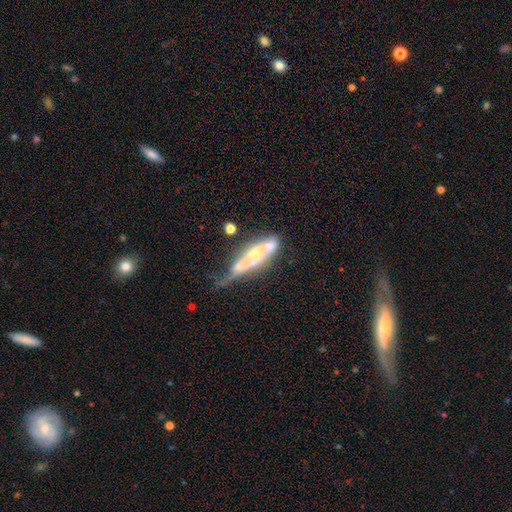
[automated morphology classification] A featured or disk galaxy (57%).

Vote fractions:
- Smooth or featured? featured or disk: 57% / smooth: 34% / star or artifact: 9%
- Edge-on disk? no: 64% / yes: 36%
- Merging? merger: 39% / none: 24% / minor disturbance: 19% / major disturbance: 18%